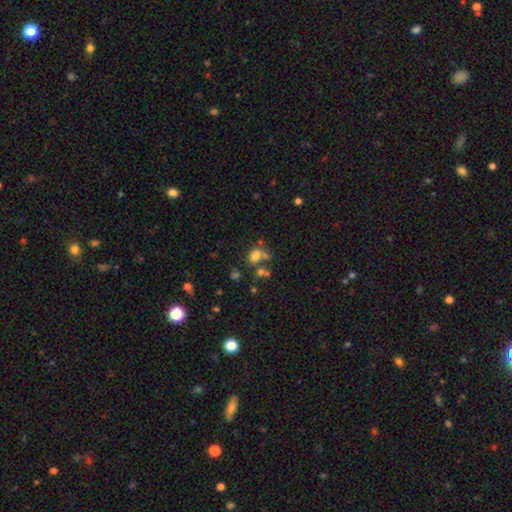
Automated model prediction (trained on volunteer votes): A smooth galaxy with no disk features (70%) that is in between round and cigar-shaped (63%).

Vote fractions:
- Smooth or featured? smooth: 70% / star or artifact: 16% / featured or disk: 15%
- How rounded? in between: 63% / round: 36% / cigar-shaped: 1%
- Merging? none: 41% / merger: 35% / minor disturbance: 14% / major disturbance: 10%